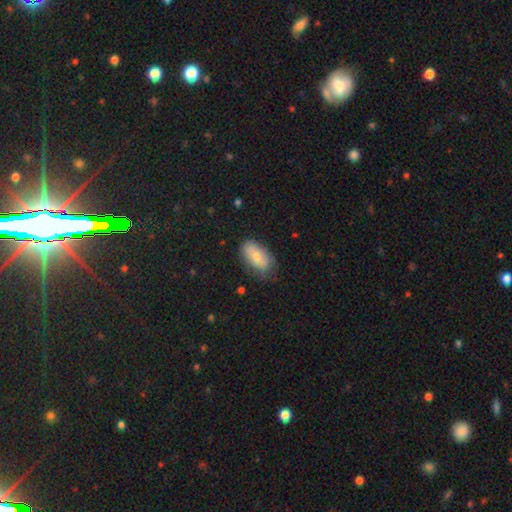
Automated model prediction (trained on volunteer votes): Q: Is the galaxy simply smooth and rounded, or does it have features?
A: smooth — 69%.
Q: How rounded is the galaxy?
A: in between — 92%.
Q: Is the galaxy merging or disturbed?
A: none — 69%.